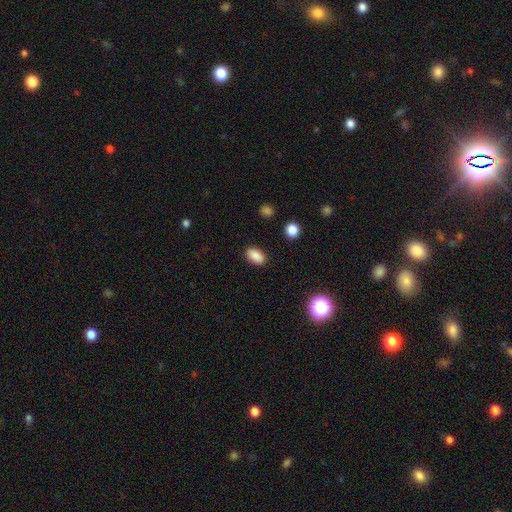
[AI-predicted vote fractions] A smooth galaxy with no disk features (86%) that is in between round and cigar-shaped (90%).

Vote fractions:
- Smooth or featured? smooth: 86% / star or artifact: 9% / featured or disk: 5%
- How rounded? in between: 90% / round: 7% / cigar-shaped: 3%
- Merging? none: 88% / minor disturbance: 9% / major disturbance: 2% / merger: 1%